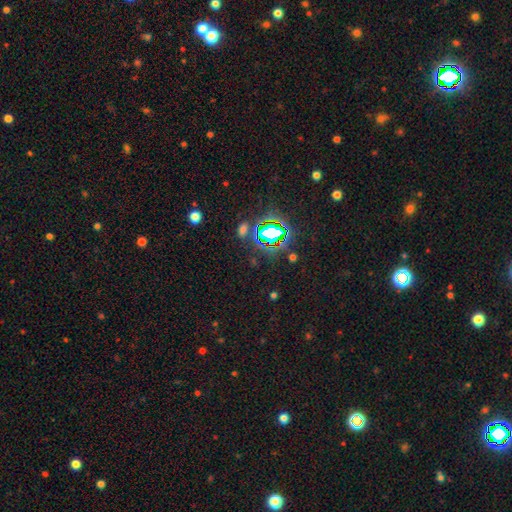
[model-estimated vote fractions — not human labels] Smooth or featured?
  - star or artifact: 80% *
  - smooth: 12%
  - featured or disk: 7%